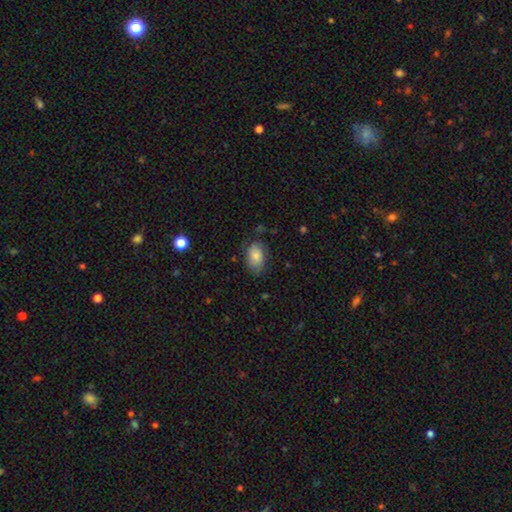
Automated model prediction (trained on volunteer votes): smooth 75%, featured or disk 17%, star or artifact 7%. Down the decision tree: how rounded — in between (89%); merging — none (66%).